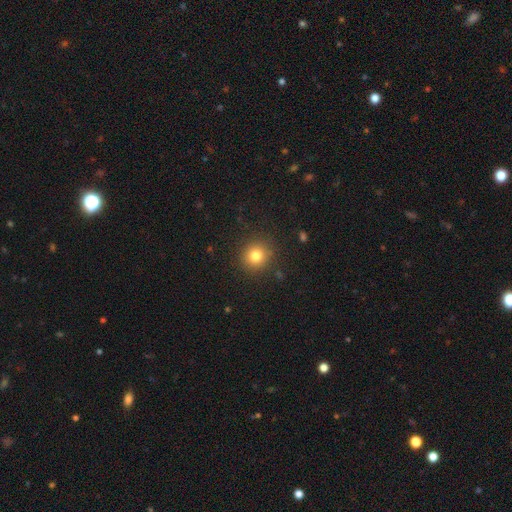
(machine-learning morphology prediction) Overall: smooth (80%). How rounded: round (90%). Merging: none (89%).